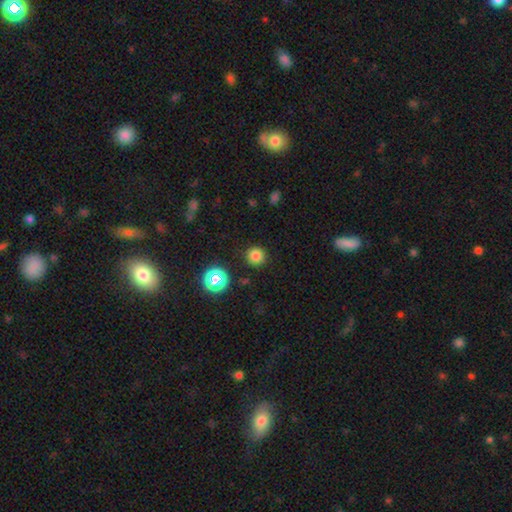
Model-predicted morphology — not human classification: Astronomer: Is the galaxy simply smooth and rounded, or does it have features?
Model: smooth — 78%.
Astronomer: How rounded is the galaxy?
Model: round — 94%.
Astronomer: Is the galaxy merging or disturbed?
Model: none — 89%.